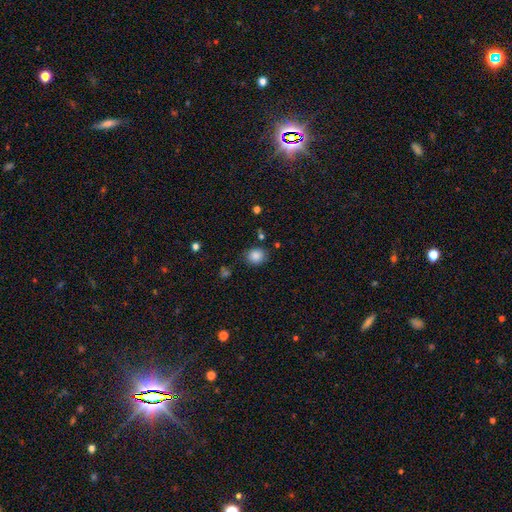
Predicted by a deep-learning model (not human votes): Overall: smooth (86%). How rounded: round (67%; in between 32%). Merging: none (81%).